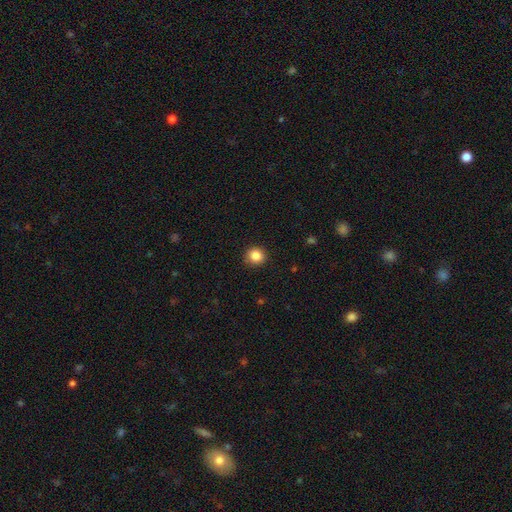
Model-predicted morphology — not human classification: Smooth or featured?
  - smooth: 86% *
  - star or artifact: 10%
  - featured or disk: 4%
How rounded?
  - round: 88% *
  - in between: 12%
  - cigar-shaped: 1%
Merging?
  - none: 90% *
  - minor disturbance: 7%
  - major disturbance: 2%
  - merger: 1%